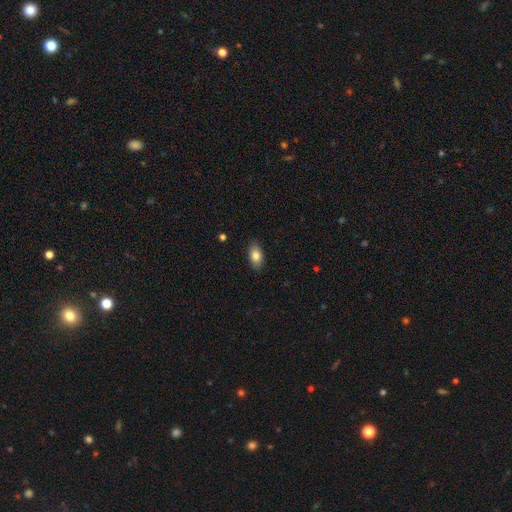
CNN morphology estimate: type=smooth (83%); roundness=in between (90%); merging=none (87%).